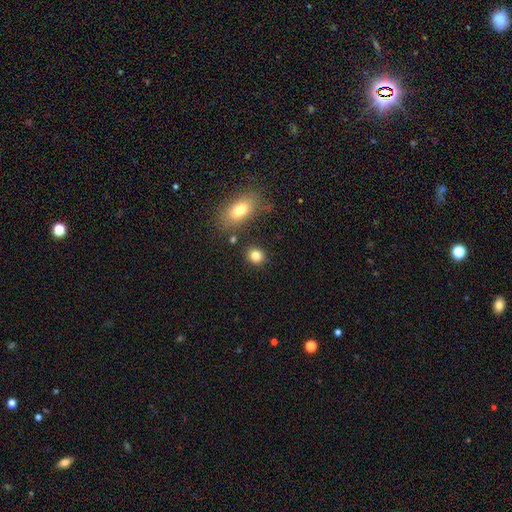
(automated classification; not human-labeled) smooth-or-featured: smooth: 83% | star or artifact: 10% | featured or disk: 7%
  how-rounded: round: 66% | in between: 33% | cigar-shaped: 1%
  merging: none: 82% | minor disturbance: 9% | merger: 5% | major disturbance: 3%